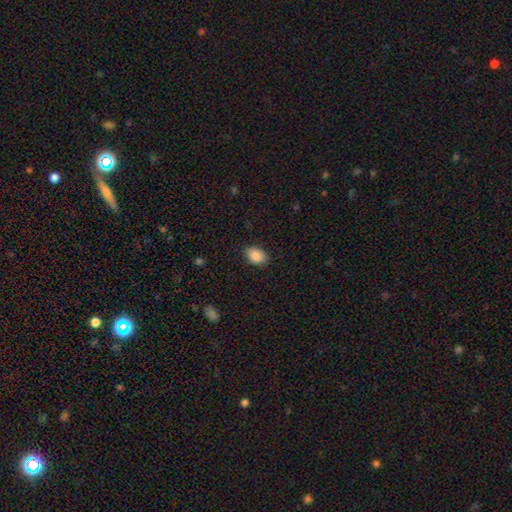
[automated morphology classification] Smooth or featured? smooth (87%)
How rounded? in between (80%)
Merging? none (85%)